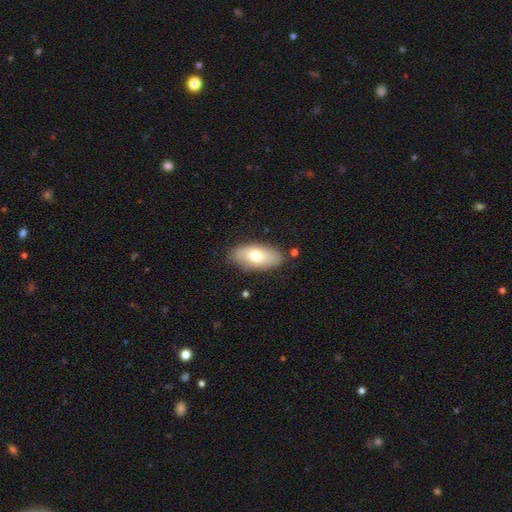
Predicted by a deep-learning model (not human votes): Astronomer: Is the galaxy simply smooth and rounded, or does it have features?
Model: smooth — 71%.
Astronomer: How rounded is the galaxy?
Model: in between — 91%.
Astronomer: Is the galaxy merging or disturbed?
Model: none — 83%.